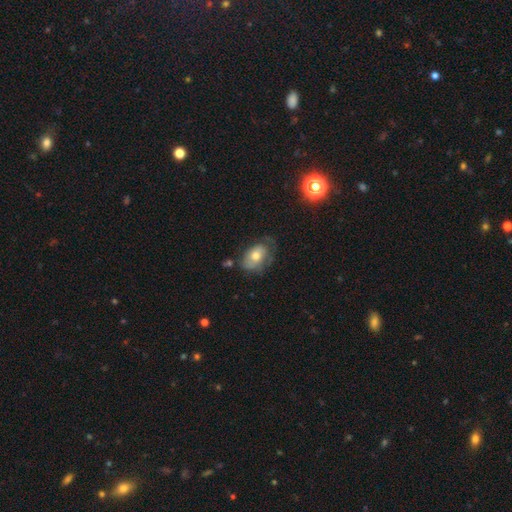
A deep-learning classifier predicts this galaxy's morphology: The model was most divided on "merging": none: 45%, minor disturbance: 33%, major disturbance: 19%, merger: 4%. More confident: how rounded — in between (82%); smooth or featured — smooth (60%).